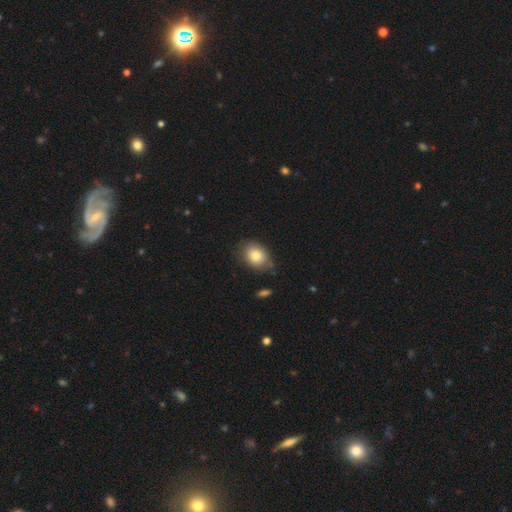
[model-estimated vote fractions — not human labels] smooth 81%, featured or disk 11%, star or artifact 8%. Down the decision tree: how rounded — in between (64%); merging — none (74%).